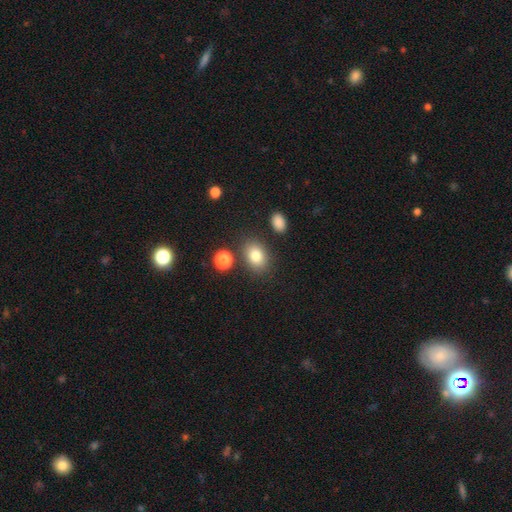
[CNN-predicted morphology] Smooth or featured? Predicted: smooth (p=0.81). How rounded? Predicted: in between (p=0.70). Merging? Predicted: none (p=0.79).